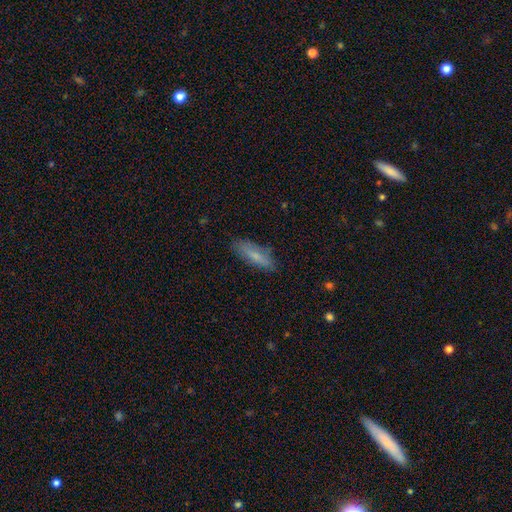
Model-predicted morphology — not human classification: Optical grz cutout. It shows a smooth galaxy with no disk features (73%) that is cigar-shaped (52%). Merging: none (81%).